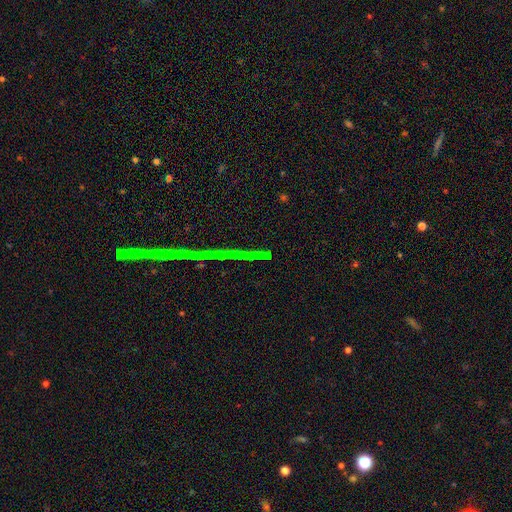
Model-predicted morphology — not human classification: A star or artifact, not a galaxy (78%).